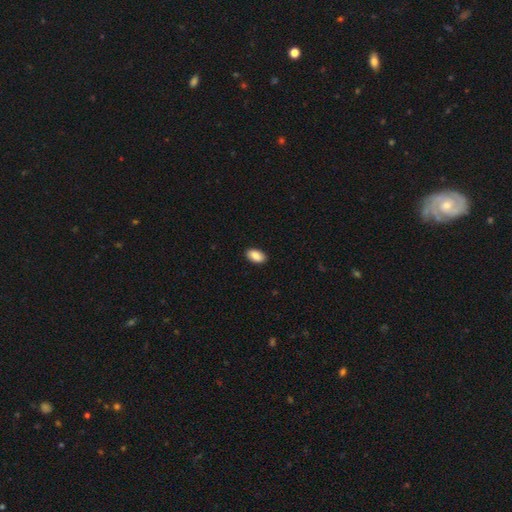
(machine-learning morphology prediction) This appears to be a smooth galaxy with no disk features (87%) that is in between round and cigar-shaped (93%). Merging: none (89%).